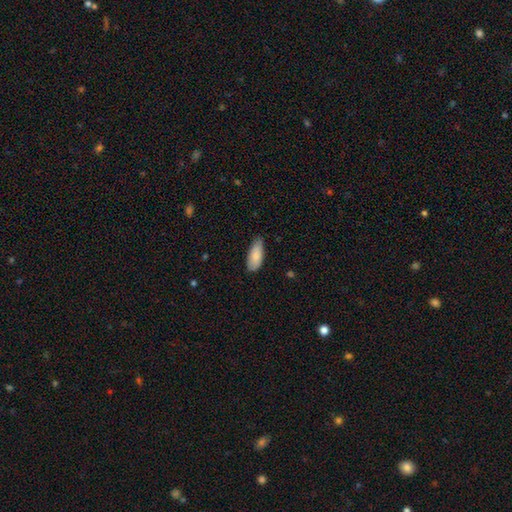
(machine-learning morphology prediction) Smooth or featured? smooth (84%)
How rounded? in between (87%)
Merging? none (67%)